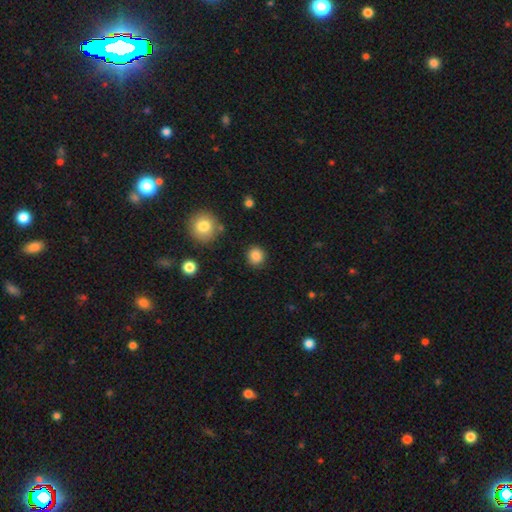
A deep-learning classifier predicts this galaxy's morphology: This is clearly a smooth galaxy (85%). How rounded: clearly round (87%). Merging: clearly none (89%).